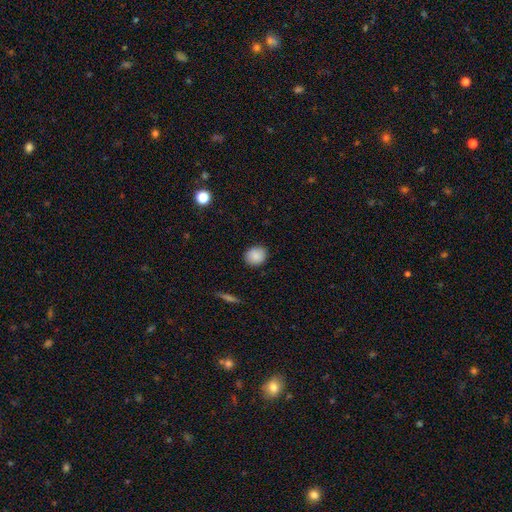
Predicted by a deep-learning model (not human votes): This is clearly a smooth galaxy (88%). How rounded: likely round (74%). Merging: clearly none (89%).